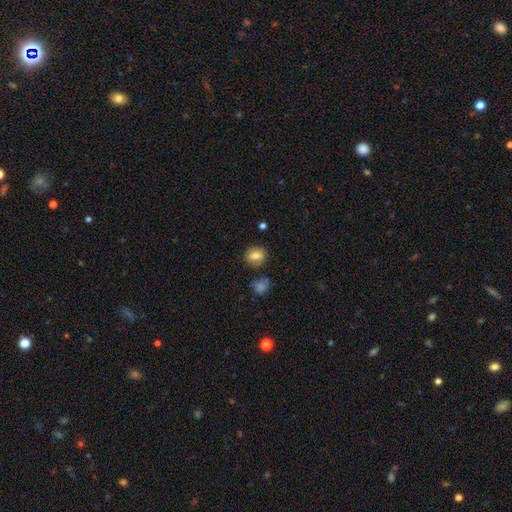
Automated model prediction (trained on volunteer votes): The model was most divided on "how rounded": round: 54%, in between: 45%, cigar-shaped: 2%. More confident: merging — none (78%); smooth or featured — smooth (77%).